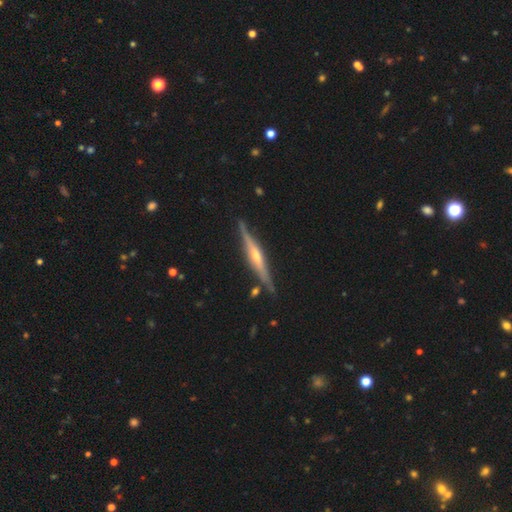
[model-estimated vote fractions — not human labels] Smooth or featured?
  - featured or disk: 81% *
  - smooth: 14%
  - star or artifact: 5%
Edge-on disk?
  - yes: 97% *
  - no: 3%
Edge-on bulge?
  - rounded: 79% *
  - none: 12%
  - boxy: 9%
Merging?
  - none: 86% *
  - minor disturbance: 10%
  - merger: 2%
  - major disturbance: 2%